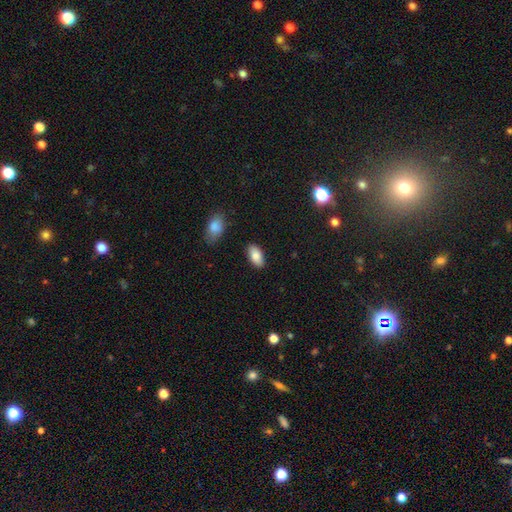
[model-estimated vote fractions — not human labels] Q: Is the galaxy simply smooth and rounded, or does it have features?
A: smooth — 85%.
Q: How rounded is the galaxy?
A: in between — 94%.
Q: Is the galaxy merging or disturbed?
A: none — 87%.